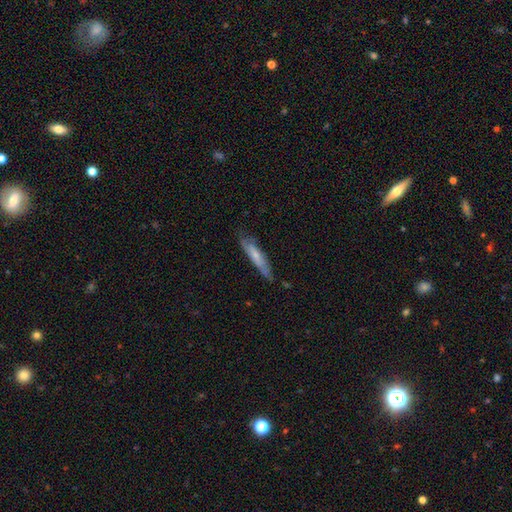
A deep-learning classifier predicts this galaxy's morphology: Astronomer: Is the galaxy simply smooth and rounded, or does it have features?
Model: smooth — 57% (runner-up: featured or disk, 37%).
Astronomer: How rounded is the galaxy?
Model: cigar-shaped — 84%.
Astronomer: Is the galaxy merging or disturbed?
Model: none — 71%.